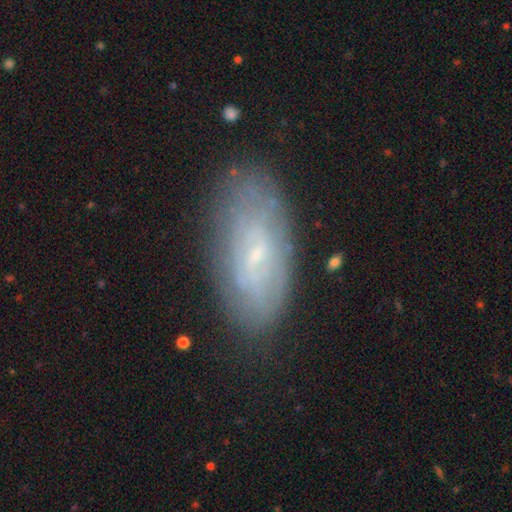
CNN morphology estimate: A featured or disk galaxy (54%). Merging: none (76%).